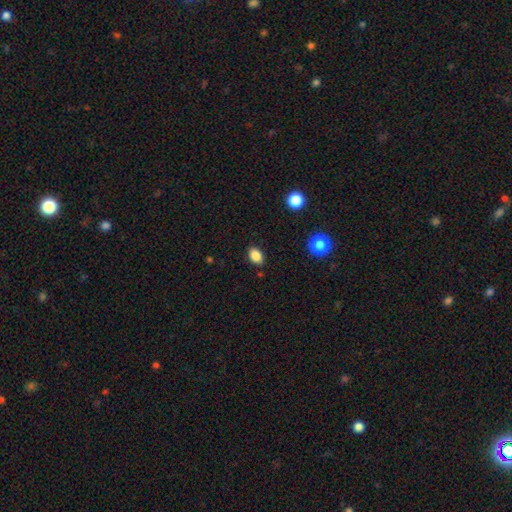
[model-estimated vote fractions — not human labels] A smooth galaxy with no disk features (86%) that is in between round and cigar-shaped (82%). Merging: none (88%).